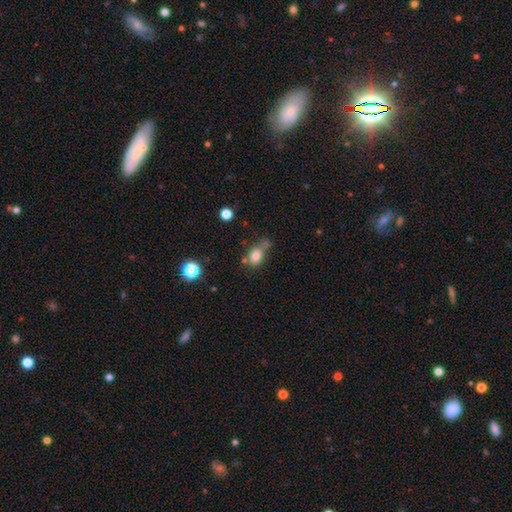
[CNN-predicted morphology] This is clearly a smooth galaxy (80%). How rounded: likely in between (69%). Merging: possibly none (49%).